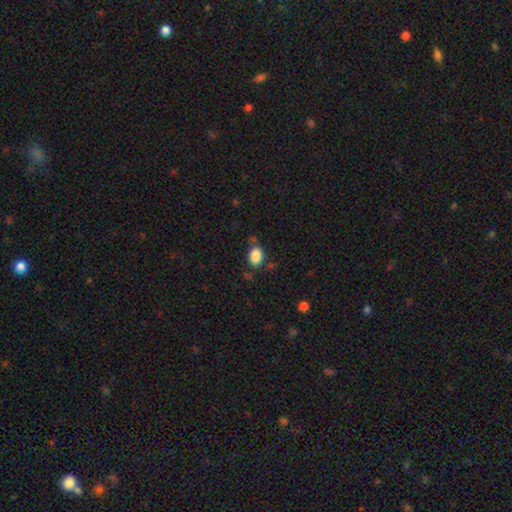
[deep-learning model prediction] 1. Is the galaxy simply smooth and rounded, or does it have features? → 87% smooth, 9% star or artifact, 4% featured or disk.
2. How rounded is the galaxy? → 70% in between, 29% round, 1% cigar-shaped.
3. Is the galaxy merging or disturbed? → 74% none, 16% minor disturbance, 5% merger, 5% major disturbance.